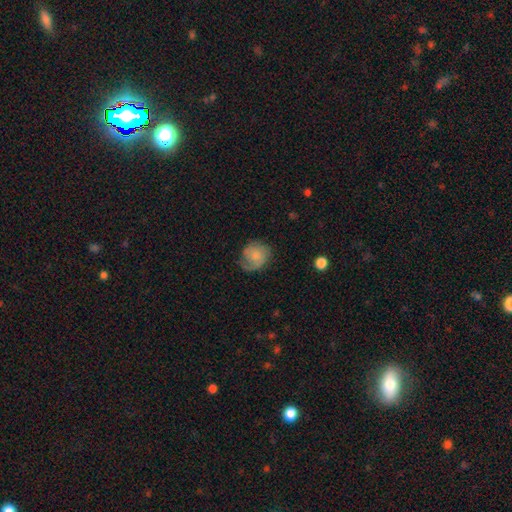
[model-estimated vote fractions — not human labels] smooth 55%, featured or disk 37%, star or artifact 8%. Down the decision tree: how rounded — round (75%); merging — none (59%).